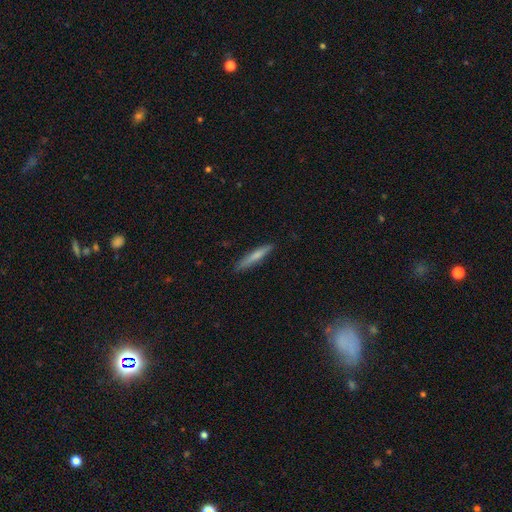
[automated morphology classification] smooth_or_featured: smooth (p=0.69) [alt: featured or disk p=0.25]
how_rounded: cigar-shaped (p=0.93) [alt: in between p=0.05]
merging: none (p=0.87) [alt: minor disturbance p=0.10]